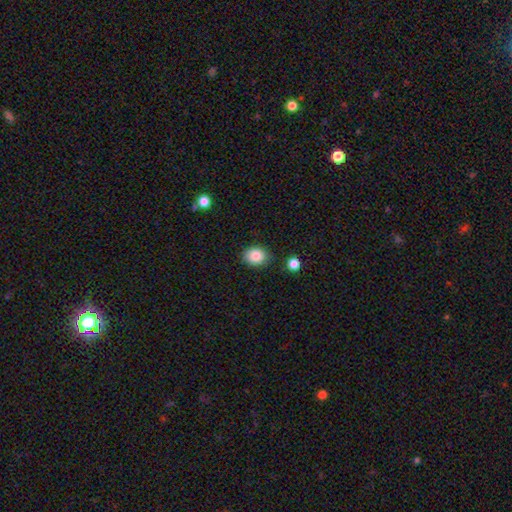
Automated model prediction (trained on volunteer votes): smooth 85%, star or artifact 9%, featured or disk 6%. Down the decision tree: how rounded — in between (52%); merging — none (85%).